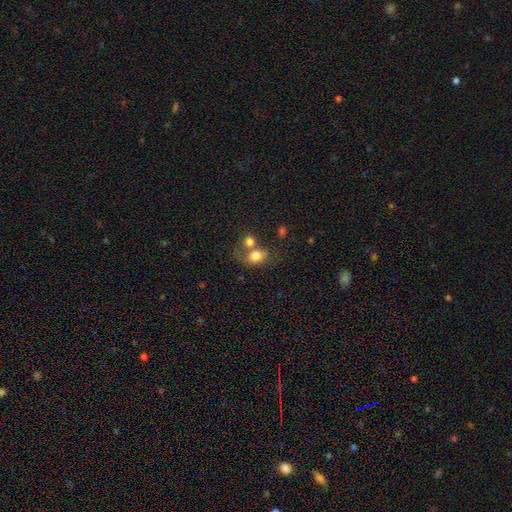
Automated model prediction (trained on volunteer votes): Smooth or featured: smooth — 77% (featured or disk — 13%)
How rounded: in between — 58% (round — 40%)
Merging: merger — 49% (none — 31%)